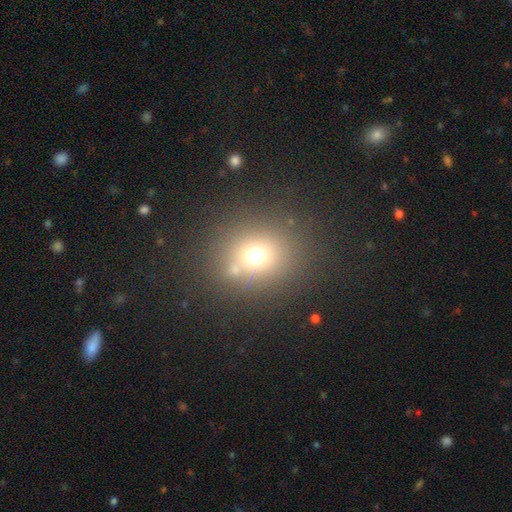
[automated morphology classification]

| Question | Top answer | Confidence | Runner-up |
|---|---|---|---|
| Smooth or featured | smooth | 67% | star or artifact (21%) |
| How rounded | round | 76% | in between (23%) |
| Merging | none | 75% | minor disturbance (10%) |